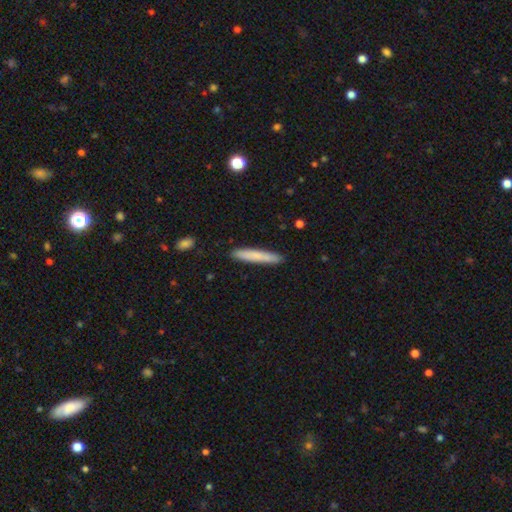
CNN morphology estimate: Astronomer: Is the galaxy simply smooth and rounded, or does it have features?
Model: smooth — 78%.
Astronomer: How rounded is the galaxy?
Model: cigar-shaped — 94%.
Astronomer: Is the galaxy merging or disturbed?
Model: none — 90%.